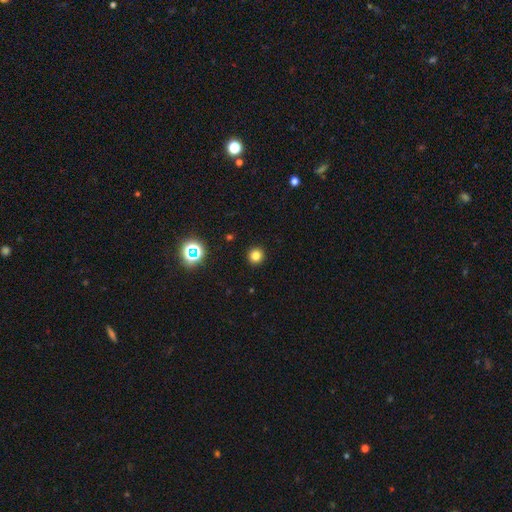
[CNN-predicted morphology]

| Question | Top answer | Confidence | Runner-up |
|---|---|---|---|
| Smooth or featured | smooth | 79% | star or artifact (16%) |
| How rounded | round | 94% | in between (5%) |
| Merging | none | 93% | minor disturbance (4%) |